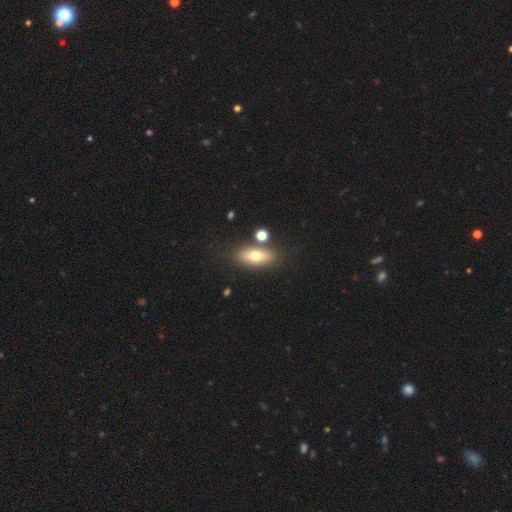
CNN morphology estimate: Smooth or featured? smooth (69%)
How rounded? in between (75%)
Merging? none (77%)